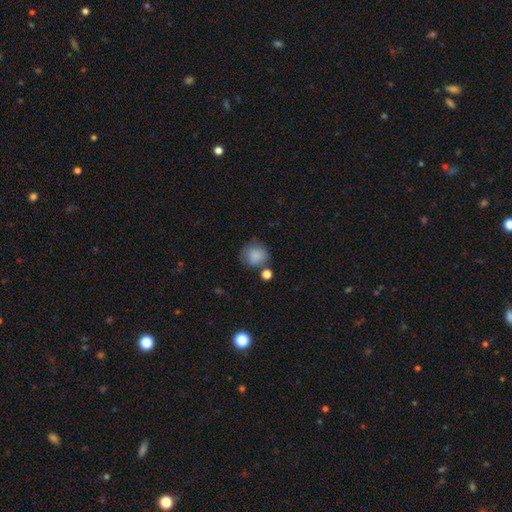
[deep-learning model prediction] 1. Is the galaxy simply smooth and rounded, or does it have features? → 86% smooth, 8% star or artifact, 6% featured or disk.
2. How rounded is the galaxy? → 85% round, 14% in between, 1% cigar-shaped.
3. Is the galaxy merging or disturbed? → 67% none, 18% minor disturbance, 9% merger, 6% major disturbance.